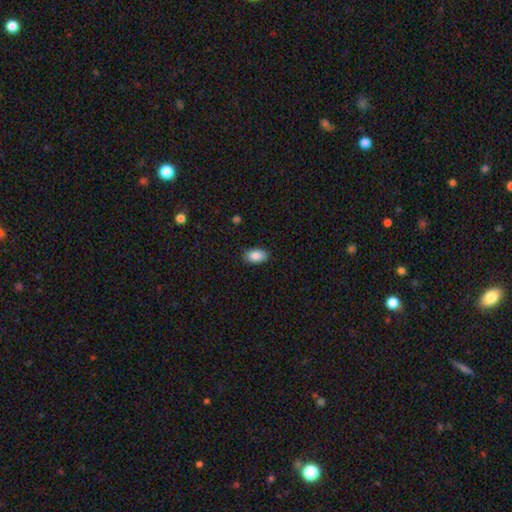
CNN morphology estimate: smooth-or-featured: smooth: 88% | star or artifact: 7% | featured or disk: 4%
  how-rounded: in between: 92% | round: 6% | cigar-shaped: 2%
  merging: none: 86% | minor disturbance: 11% | major disturbance: 2% | merger: 1%